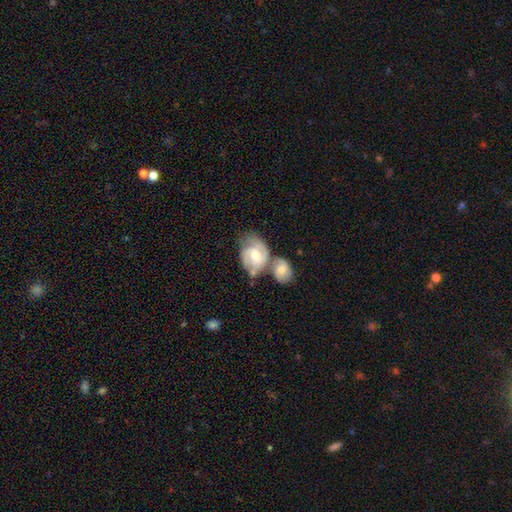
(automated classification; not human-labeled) This is likely a featured or disk galaxy (64%). It is clearly not viewed edge-on (96%). Bar: possibly no (52%). Spiral arm pattern: clearly yes (84%). Spiral arm count: likely 2 (66%). Spiral winding: marginally medium (43%). Central bulge: likely moderate (71%). Merging: possibly merger (47%).